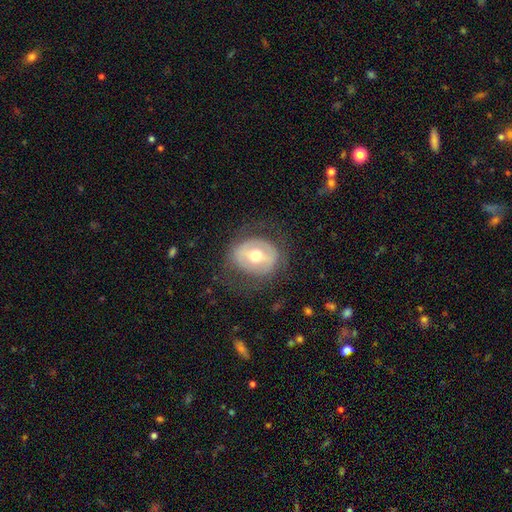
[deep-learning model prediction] Q: Smooth or featured?
A: featured or disk (55%); runner-up: smooth (38%)
Q: Edge-on disk?
A: no (94%); runner-up: yes (6%)
Q: Bar?
A: strong (35%); tied with: weak (35%)
Q: Spiral arms?
A: no (78%); runner-up: yes (22%)
Q: Bulge size?
A: moderate (74%); runner-up: small (12%)
Q: Merging?
A: none (72%); runner-up: minor disturbance (15%)